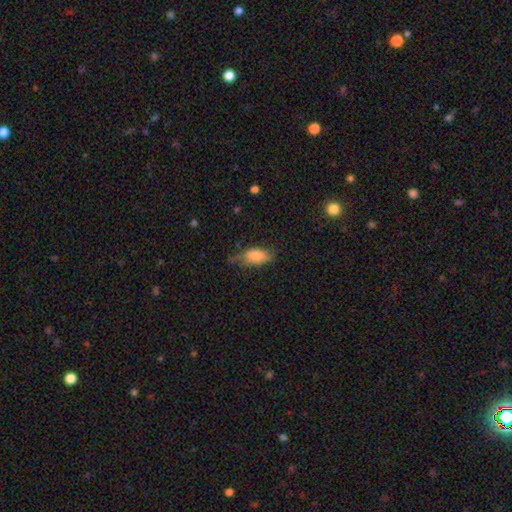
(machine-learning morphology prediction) The model was most divided on "merging": none: 55%, minor disturbance: 33%, major disturbance: 10%, merger: 2%. More confident: how rounded — in between (85%); smooth or featured — smooth (81%).